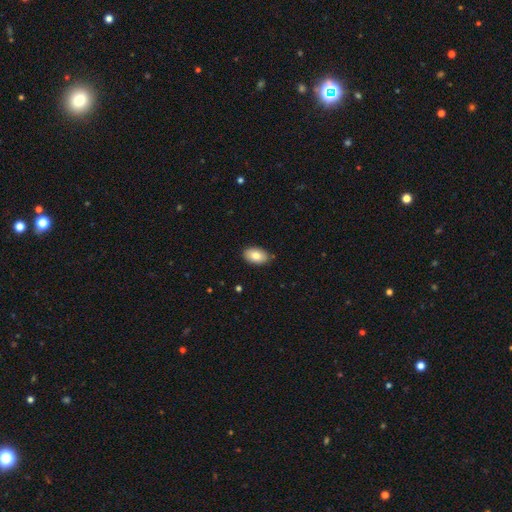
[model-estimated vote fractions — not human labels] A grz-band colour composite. It shows a smooth galaxy with no disk features (82%) that is in between round and cigar-shaped (92%). Merging: none (87%).